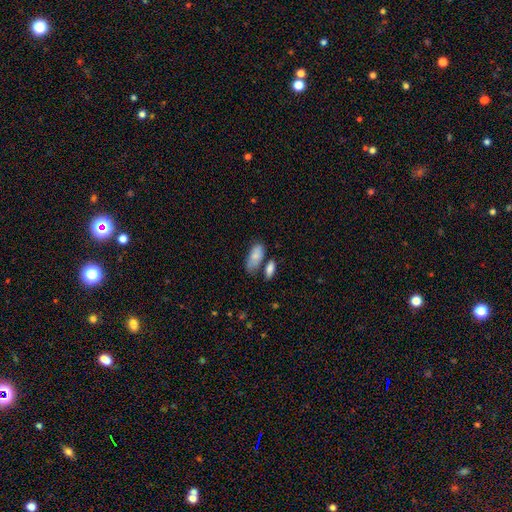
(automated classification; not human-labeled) A smooth galaxy with no disk features (80%) that is in between round and cigar-shaped (88%). Merging: none (49%).